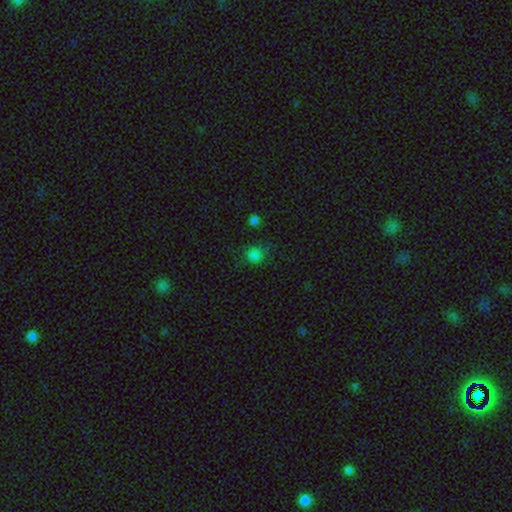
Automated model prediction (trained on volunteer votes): A smooth galaxy with no disk features (76%) that is round (80%). Merging: none (67%).